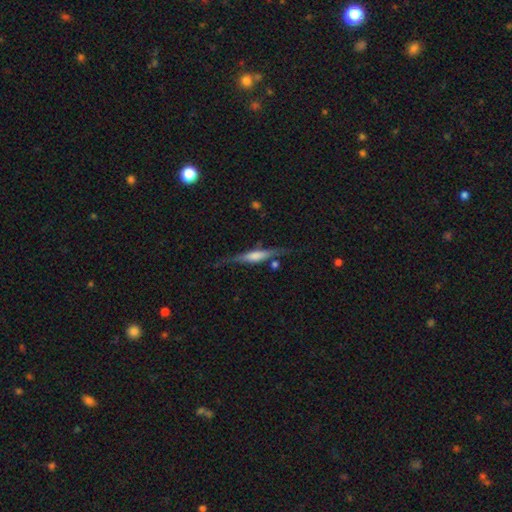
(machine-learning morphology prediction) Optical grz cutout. It shows a featured or disk galaxy (61%) viewed edge-on (95%) with a rounded central bulge (54%). Merging: none (75%).